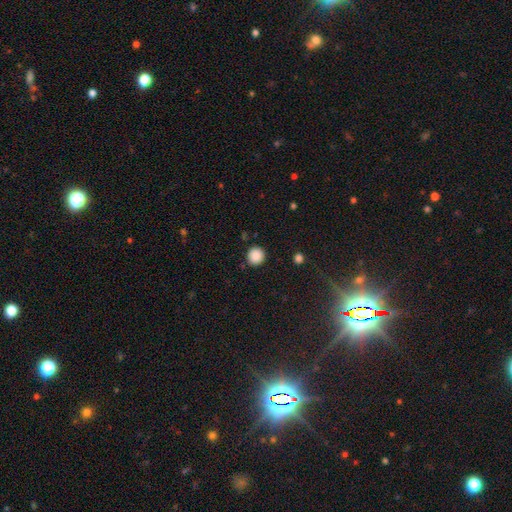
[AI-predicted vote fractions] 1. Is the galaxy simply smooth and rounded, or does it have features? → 88% smooth, 9% star or artifact, 3% featured or disk.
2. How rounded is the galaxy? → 93% round, 6% in between, 1% cigar-shaped.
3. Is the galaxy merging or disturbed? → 90% none, 6% minor disturbance, 2% major disturbance, 2% merger.